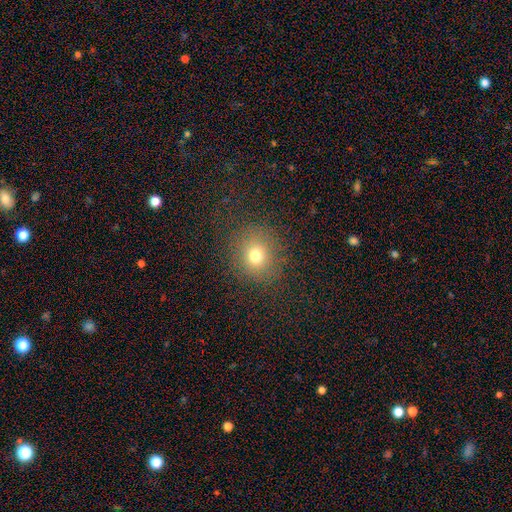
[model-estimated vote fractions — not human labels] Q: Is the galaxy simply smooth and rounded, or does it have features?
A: smooth — 72%.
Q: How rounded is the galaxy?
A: round — 85%.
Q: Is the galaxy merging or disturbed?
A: none — 85%.